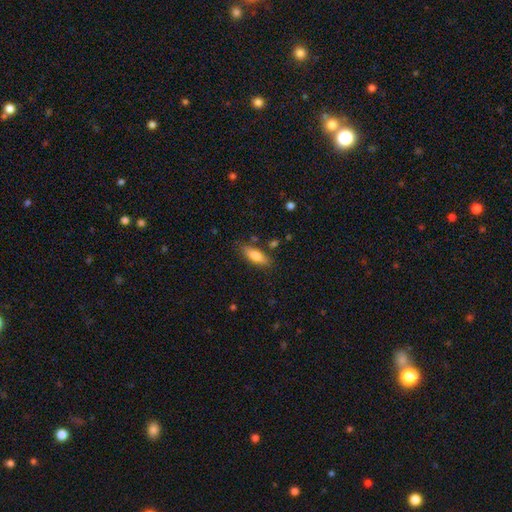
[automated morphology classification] Overall: smooth (75%). How rounded: in between (62%; cigar-shaped 36%). Merging: none (81%).